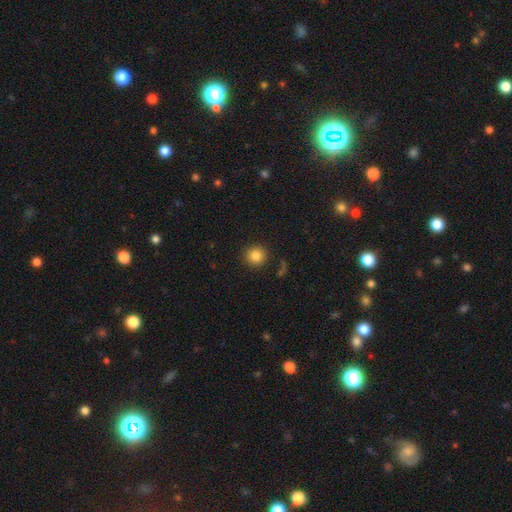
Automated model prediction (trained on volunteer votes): The model was most divided on "smooth or featured": smooth: 84%, star or artifact: 10%, featured or disk: 5%. More confident: how rounded — round (94%); merging — none (88%).